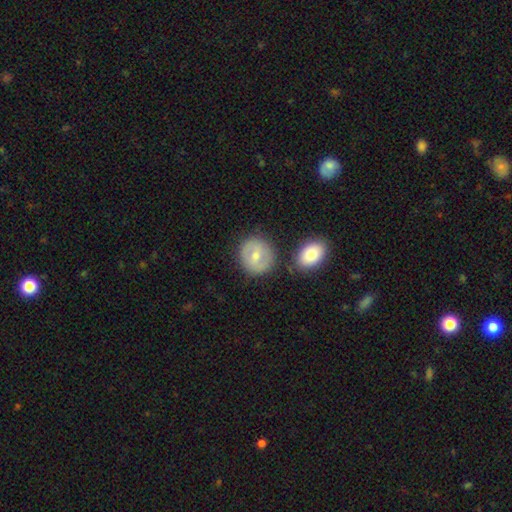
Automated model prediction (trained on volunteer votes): Smooth or featured? smooth (53%)
How rounded? round (81%)
Merging? none (76%)